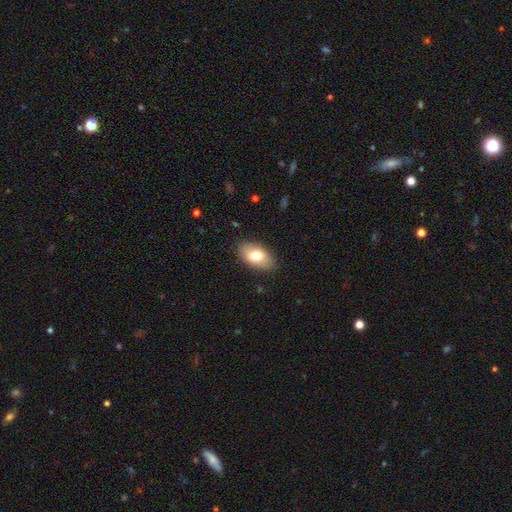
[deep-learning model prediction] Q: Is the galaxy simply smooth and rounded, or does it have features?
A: smooth — 76%.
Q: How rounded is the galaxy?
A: in between — 93%.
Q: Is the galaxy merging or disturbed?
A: none — 86%.